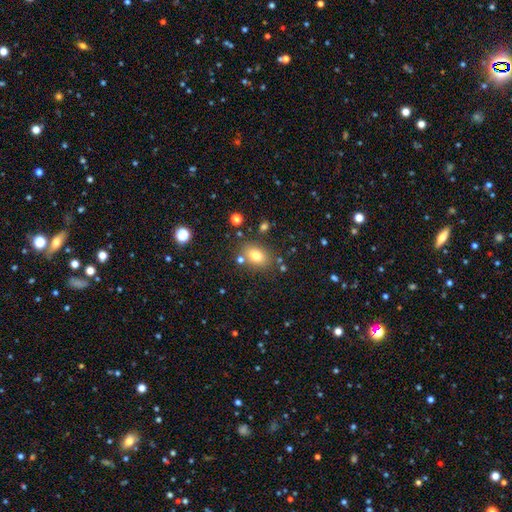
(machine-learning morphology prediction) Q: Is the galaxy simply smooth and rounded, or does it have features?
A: smooth — 77%.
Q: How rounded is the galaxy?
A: in between — 71%.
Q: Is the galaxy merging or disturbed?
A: none — 77%.